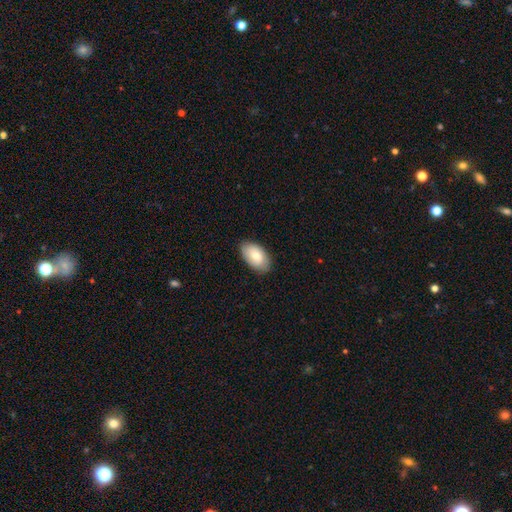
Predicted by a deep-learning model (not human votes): Overall: smooth (78%). How rounded: in between (94%). Merging: none (82%).